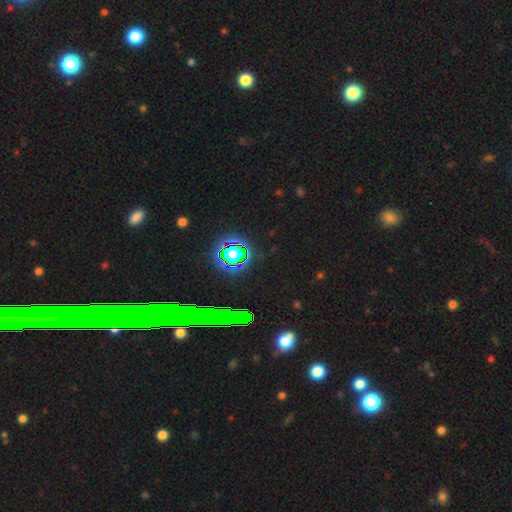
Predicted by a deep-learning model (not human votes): A star or artifact, not a galaxy (70%).